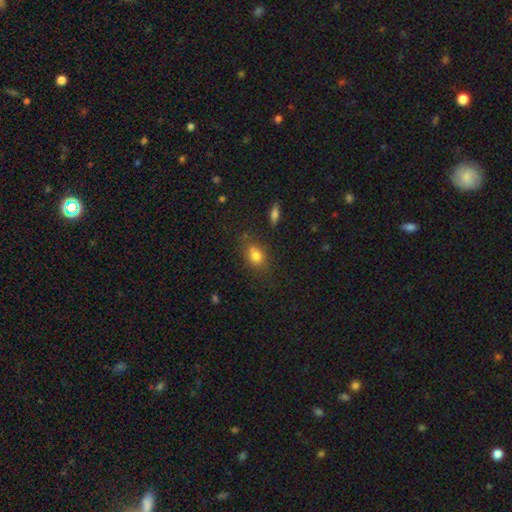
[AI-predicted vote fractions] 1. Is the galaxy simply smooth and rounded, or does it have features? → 80% smooth, 11% star or artifact, 9% featured or disk.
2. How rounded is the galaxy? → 65% in between, 32% round, 2% cigar-shaped.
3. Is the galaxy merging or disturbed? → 72% none, 17% minor disturbance, 5% major disturbance, 5% merger.